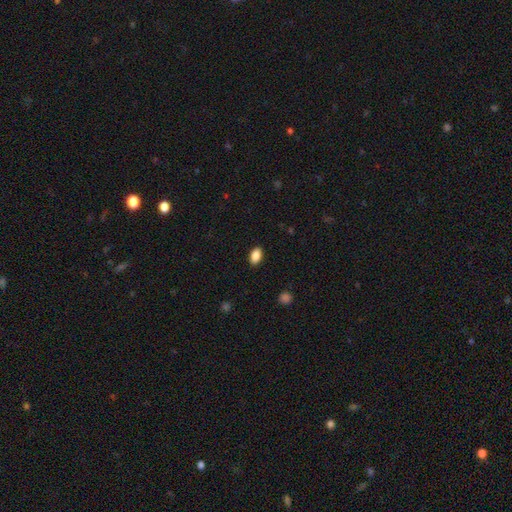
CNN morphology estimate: smooth_or_featured: smooth (p=0.88) [alt: star or artifact p=0.08]
how_rounded: in between (p=0.90) [alt: round p=0.09]
merging: none (p=0.89) [alt: minor disturbance p=0.08]